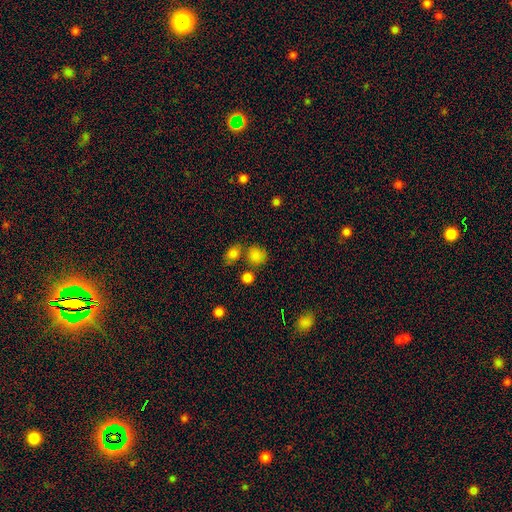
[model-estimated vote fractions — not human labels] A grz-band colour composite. It shows a smooth galaxy with no disk features (81%) that is round (78%). Merging: none (63%).